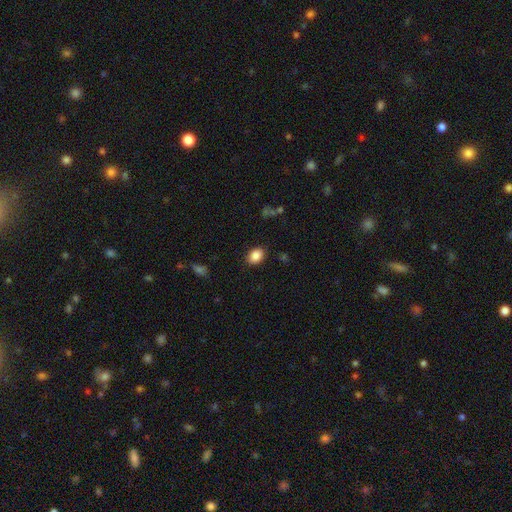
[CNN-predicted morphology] smooth 88%, star or artifact 8%, featured or disk 4%. Down the decision tree: how rounded — in between (69%); merging — none (87%).